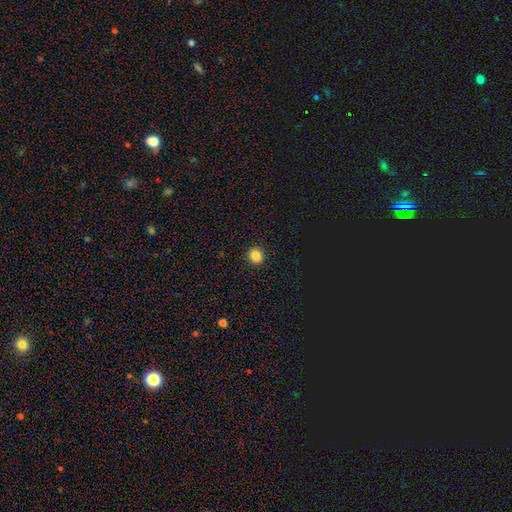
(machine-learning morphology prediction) Smooth or featured?
  - smooth: 85% *
  - star or artifact: 12%
  - featured or disk: 3%
How rounded?
  - round: 88% *
  - in between: 11%
  - cigar-shaped: 1%
Merging?
  - none: 93% *
  - minor disturbance: 5%
  - major disturbance: 2%
  - merger: 1%